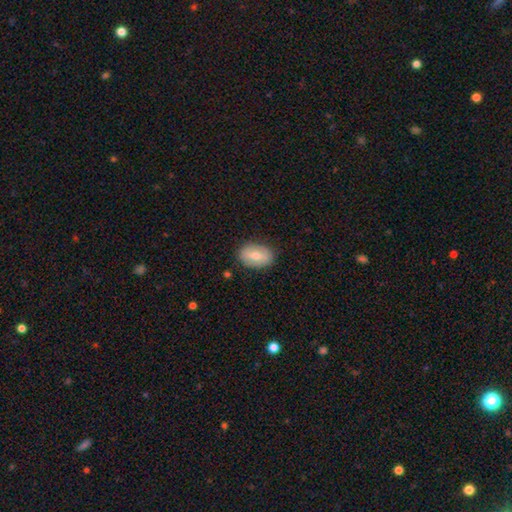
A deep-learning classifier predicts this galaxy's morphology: Q: Smooth or featured?
A: smooth (71%); runner-up: featured or disk (22%)
Q: How rounded?
A: in between (87%); runner-up: round (11%)
Q: Merging?
A: none (84%); runner-up: minor disturbance (12%)